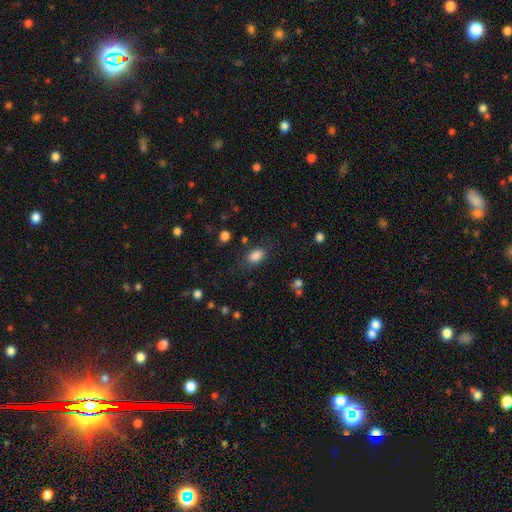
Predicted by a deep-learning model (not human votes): This appears to be a smooth galaxy with no disk features (86%) that is in between round and cigar-shaped (87%). Merging: none (78%).